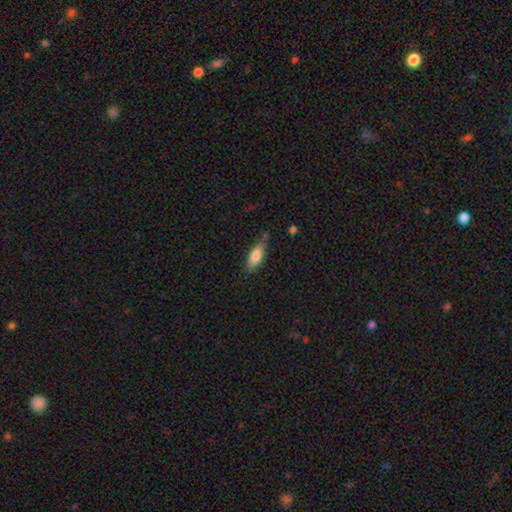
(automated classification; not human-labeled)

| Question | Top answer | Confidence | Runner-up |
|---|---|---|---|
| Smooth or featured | smooth | 78% | featured or disk (15%) |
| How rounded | in between | 65% | cigar-shaped (33%) |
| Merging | none | 68% | minor disturbance (22%) |